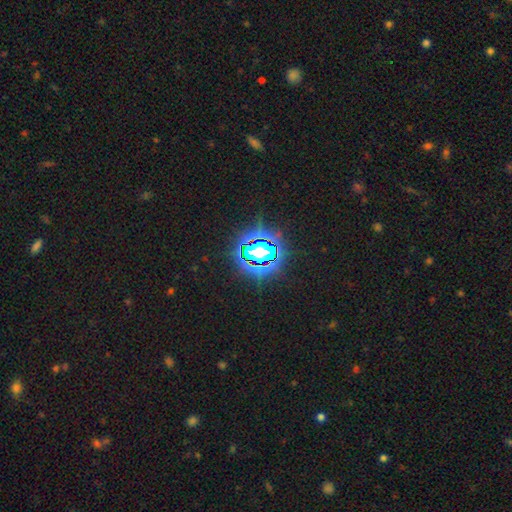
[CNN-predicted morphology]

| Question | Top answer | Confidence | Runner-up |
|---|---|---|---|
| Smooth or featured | star or artifact | 81% | smooth (12%) |